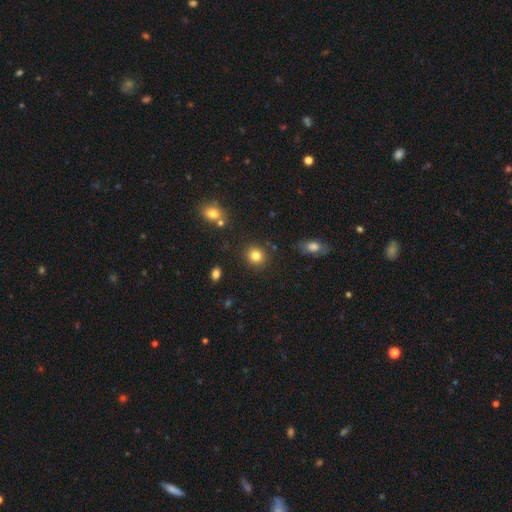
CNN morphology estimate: type=smooth (84%); roundness=round (82%); merging=none (88%).